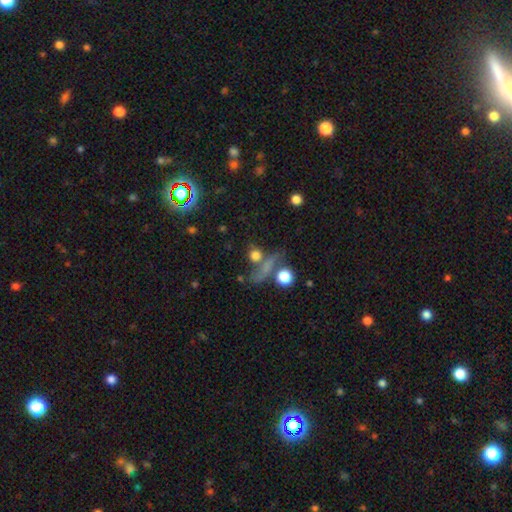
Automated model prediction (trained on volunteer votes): smooth_or_featured: smooth (p=0.68) [alt: star or artifact p=0.17]
how_rounded: round (p=0.71) [alt: in between p=0.21]
merging: none (p=0.49) [alt: merger p=0.28]